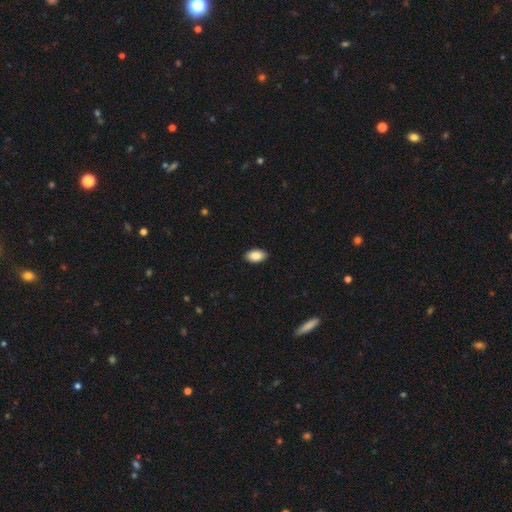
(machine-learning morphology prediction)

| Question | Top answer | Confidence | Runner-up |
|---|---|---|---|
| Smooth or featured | smooth | 89% | star or artifact (7%) |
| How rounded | in between | 93% | round (5%) |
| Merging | none | 90% | minor disturbance (7%) |